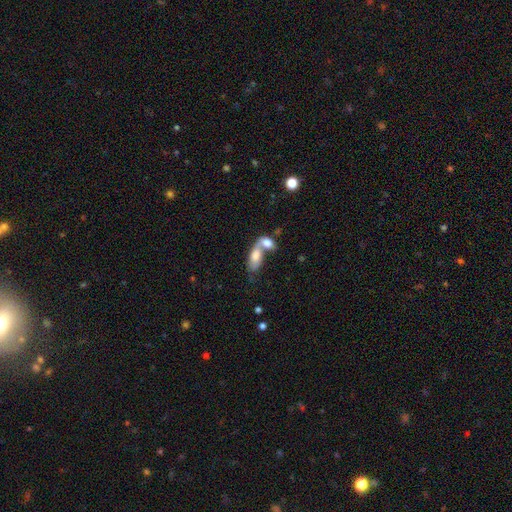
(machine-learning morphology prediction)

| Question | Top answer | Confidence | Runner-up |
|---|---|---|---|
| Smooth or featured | smooth | 72% | featured or disk (21%) |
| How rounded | in between | 86% | cigar-shaped (9%) |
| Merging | merger | 73% | none (15%) |